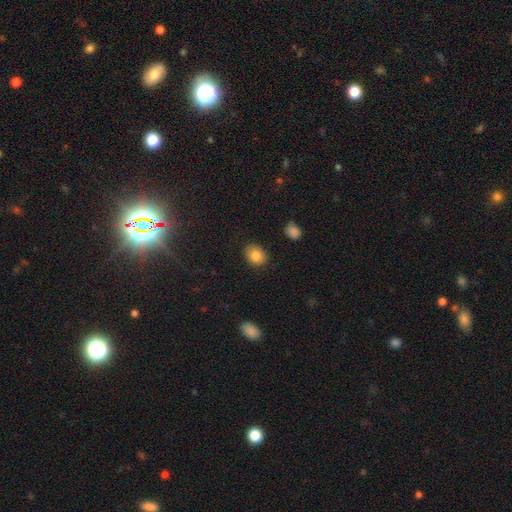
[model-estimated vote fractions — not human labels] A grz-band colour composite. It shows a smooth galaxy with no disk features (83%) that is in between round and cigar-shaped (59%). Merging: none (87%).